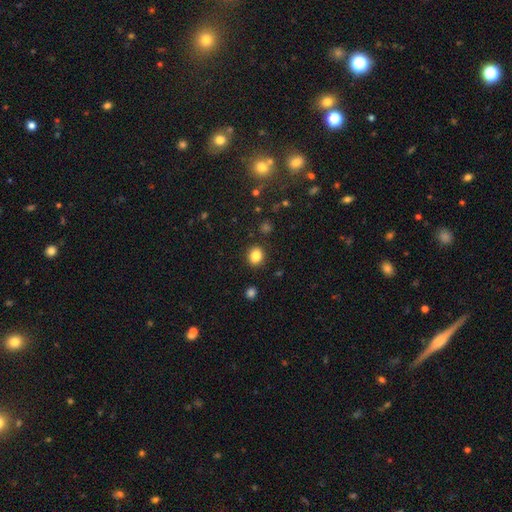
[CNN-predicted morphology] Smooth or featured? Predicted: smooth (p=0.85). How rounded? Predicted: round (p=0.63). Merging? Predicted: none (p=0.89).